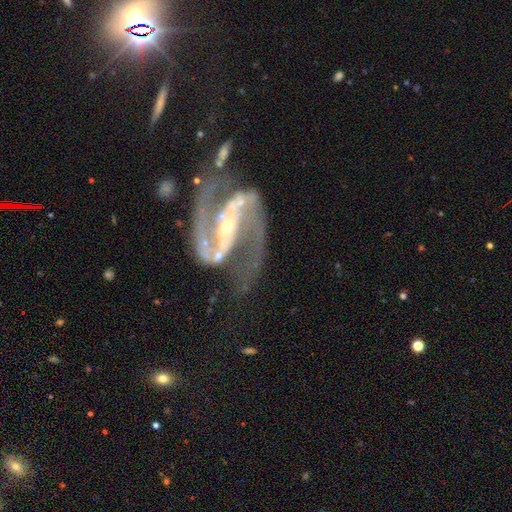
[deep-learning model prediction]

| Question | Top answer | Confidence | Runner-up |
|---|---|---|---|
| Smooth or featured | featured or disk | 93% | star or artifact (5%) |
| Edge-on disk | no | 97% | yes (3%) |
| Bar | strong | 68% | weak (22%) |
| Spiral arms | yes | 99% | no (1%) |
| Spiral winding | medium | 59% | loose (22%) |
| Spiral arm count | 2 | 94% | 3 (1%) |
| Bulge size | small | 72% | moderate (25%) |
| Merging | none | 65% | minor disturbance (19%) |